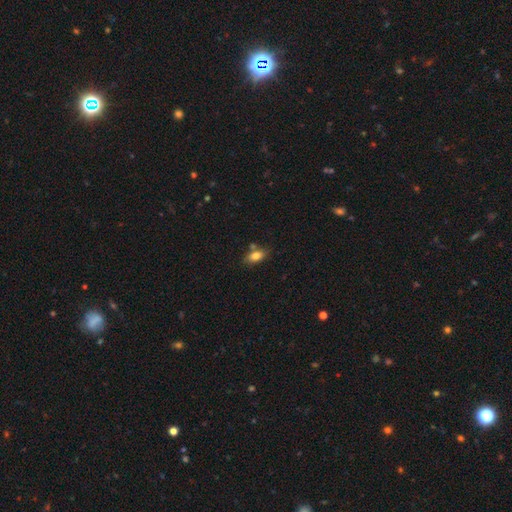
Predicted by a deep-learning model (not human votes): A smooth galaxy with no disk features (81%) that is in between round and cigar-shaped (88%).

Vote fractions:
- Smooth or featured? smooth: 81% / featured or disk: 11% / star or artifact: 8%
- How rounded? in between: 88% / round: 7% / cigar-shaped: 6%
- Merging? none: 68% / minor disturbance: 16% / merger: 12% / major disturbance: 4%